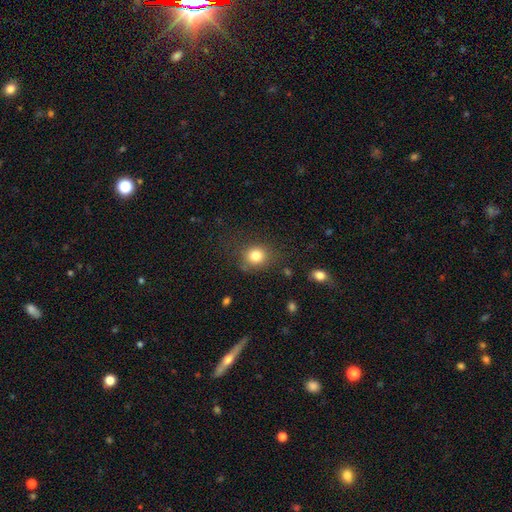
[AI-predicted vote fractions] A smooth galaxy with no disk features (82%) that is round (77%). Merging: none (78%).